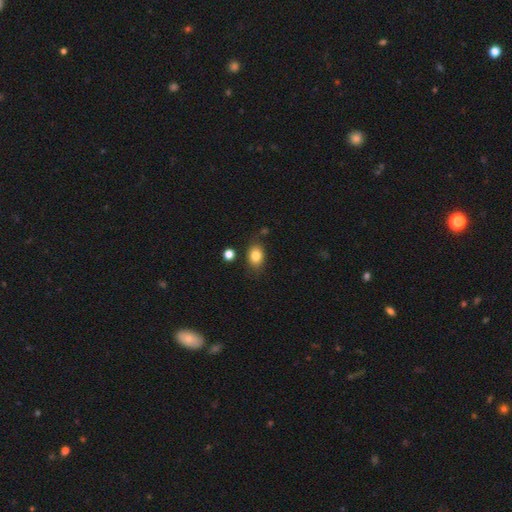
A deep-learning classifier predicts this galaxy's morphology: Smooth or featured?
  - smooth: 82% *
  - star or artifact: 10%
  - featured or disk: 8%
How rounded?
  - in between: 70% *
  - round: 28%
  - cigar-shaped: 1%
Merging?
  - none: 78% *
  - minor disturbance: 14%
  - merger: 4%
  - major disturbance: 4%